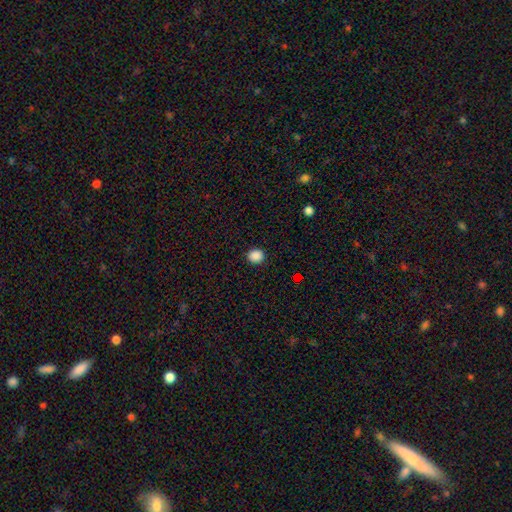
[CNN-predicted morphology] Smooth or featured? smooth (85%)
How rounded? round (79%)
Merging? none (90%)